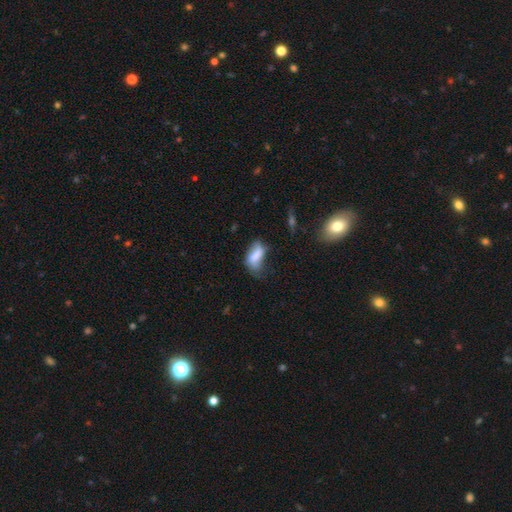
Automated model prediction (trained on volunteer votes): A smooth galaxy with no disk features (67%) that is in between round and cigar-shaped (87%).

Vote fractions:
- Smooth or featured? smooth: 67% / featured or disk: 24% / star or artifact: 9%
- How rounded? in between: 87% / cigar-shaped: 8% / round: 5%
- Merging? minor disturbance: 36% / none: 33% / major disturbance: 25% / merger: 5%